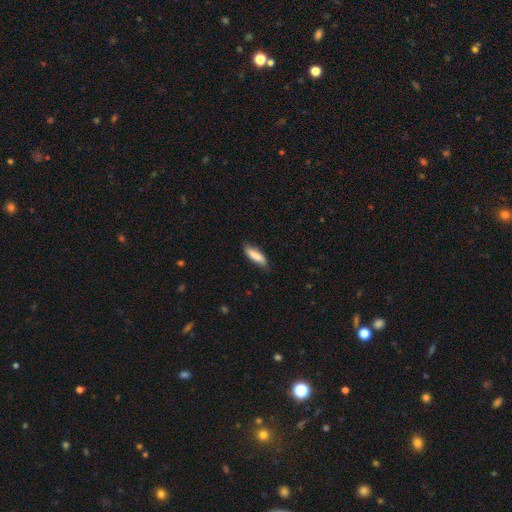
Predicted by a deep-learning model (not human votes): Smooth or featured?
  - smooth: 81% *
  - featured or disk: 13%
  - star or artifact: 6%
How rounded?
  - in between: 50% *
  - cigar-shaped: 49%
  - round: 2%
Merging?
  - none: 76% *
  - minor disturbance: 19%
  - major disturbance: 3%
  - merger: 1%